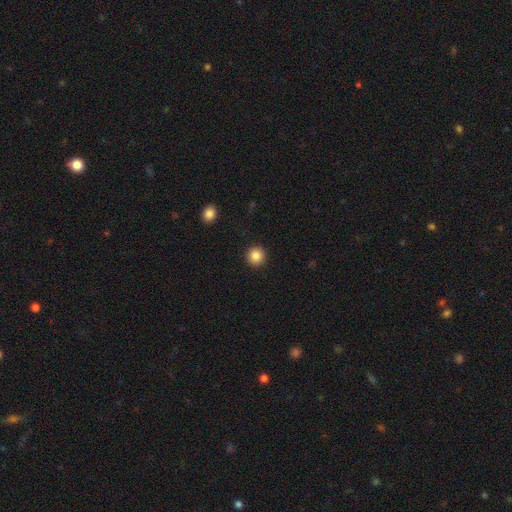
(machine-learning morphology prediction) Smooth or featured: smooth — 85% (star or artifact — 10%)
How rounded: round — 95% (in between — 4%)
Merging: none — 93% (minor disturbance — 4%)